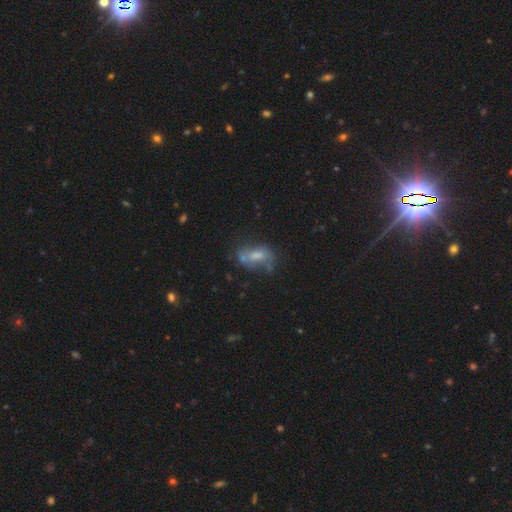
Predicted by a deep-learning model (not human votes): smooth-or-featured: featured or disk: 47% | smooth: 41% | star or artifact: 12%
  merging: none: 41% | minor disturbance: 24% | major disturbance: 21% | merger: 15%